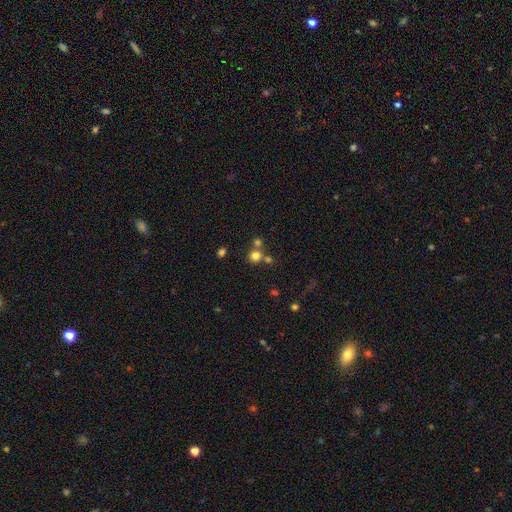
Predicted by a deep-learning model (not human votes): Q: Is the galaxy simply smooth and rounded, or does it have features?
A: smooth — 75%.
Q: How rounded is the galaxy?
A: round — 87%.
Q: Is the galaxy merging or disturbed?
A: none — 60%.